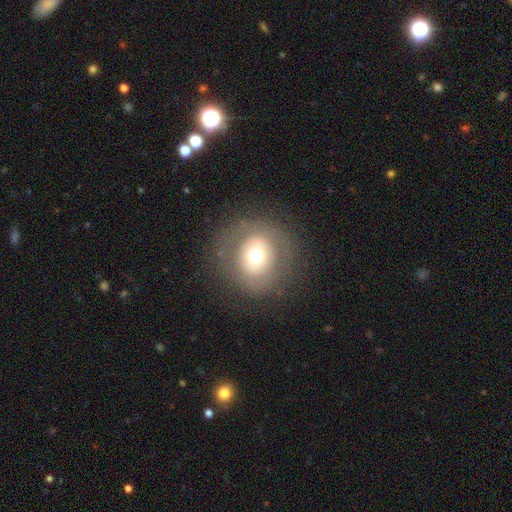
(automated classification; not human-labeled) smooth_or_featured: smooth (p=0.53) [alt: featured or disk p=0.36]
how_rounded: round (p=0.88) [alt: in between p=0.11]
merging: none (p=0.81) [alt: minor disturbance p=0.10]